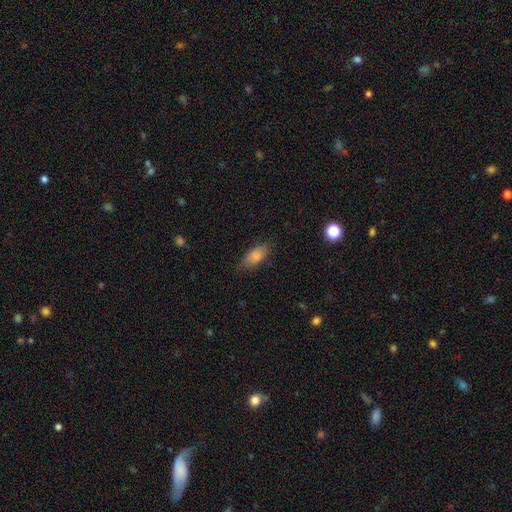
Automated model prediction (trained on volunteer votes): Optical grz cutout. It shows a smooth galaxy with no disk features (84%) that is in between round and cigar-shaped (83%). Merging: none (76%).